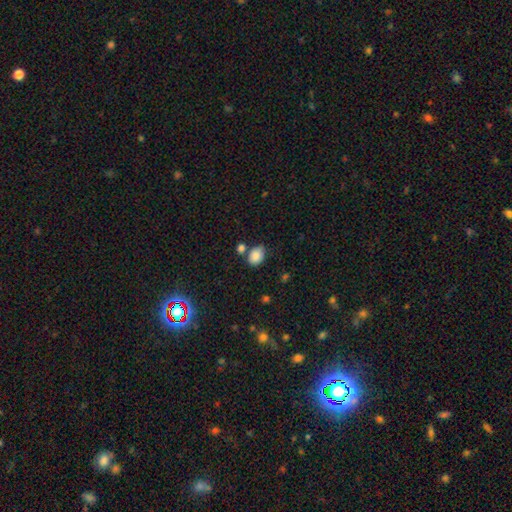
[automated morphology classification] Smooth or featured?
  - smooth: 85% *
  - star or artifact: 9%
  - featured or disk: 6%
How rounded?
  - in between: 72% *
  - round: 27%
  - cigar-shaped: 1%
Merging?
  - none: 59% *
  - minor disturbance: 19%
  - merger: 17%
  - major disturbance: 5%